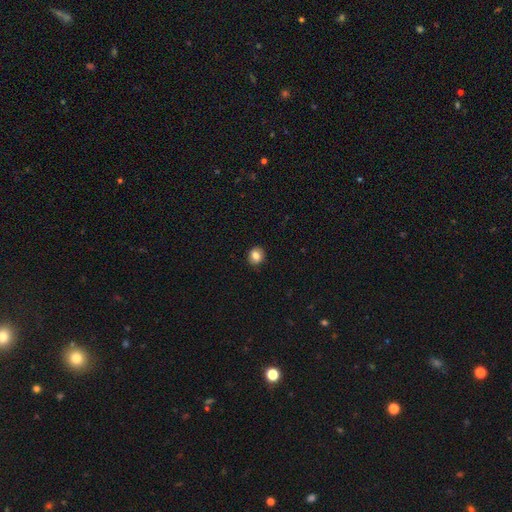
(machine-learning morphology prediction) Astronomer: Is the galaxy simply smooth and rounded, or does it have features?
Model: smooth — 83%.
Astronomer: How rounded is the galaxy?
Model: round — 77%.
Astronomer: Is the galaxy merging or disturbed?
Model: none — 88%.